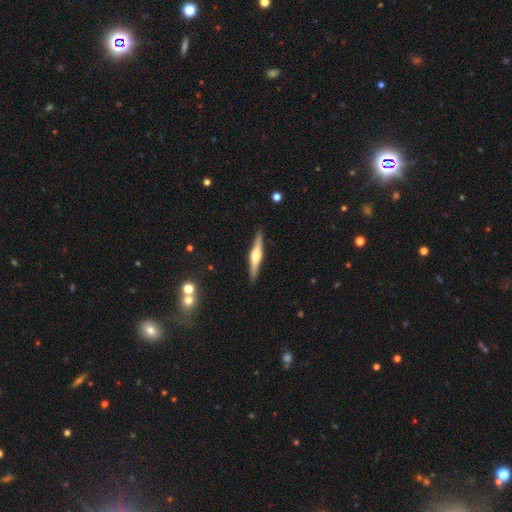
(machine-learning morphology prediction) Overall: featured or disk (71%). Edge-on disk: yes (98%). Edge-on bulge: rounded (87%). Merging: none (90%).